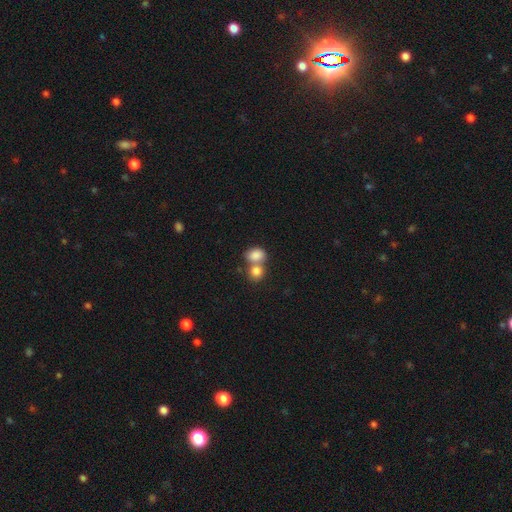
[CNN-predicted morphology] Smooth or featured?
  - smooth: 84% *
  - star or artifact: 9%
  - featured or disk: 8%
How rounded?
  - in between: 57% *
  - round: 42%
  - cigar-shaped: 1%
Merging?
  - merger: 56% *
  - none: 32%
  - minor disturbance: 8%
  - major disturbance: 4%